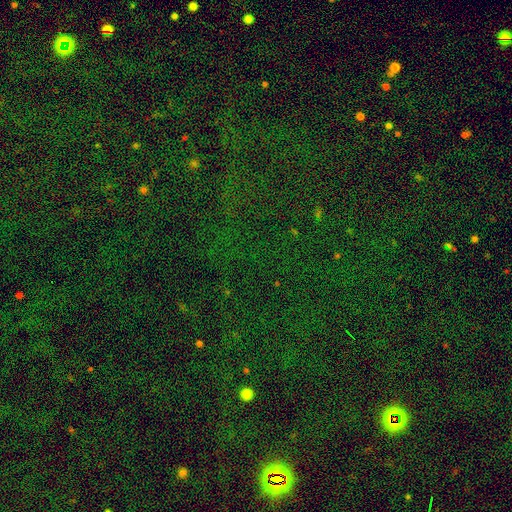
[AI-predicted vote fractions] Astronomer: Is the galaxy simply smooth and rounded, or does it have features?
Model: star or artifact — 79%.